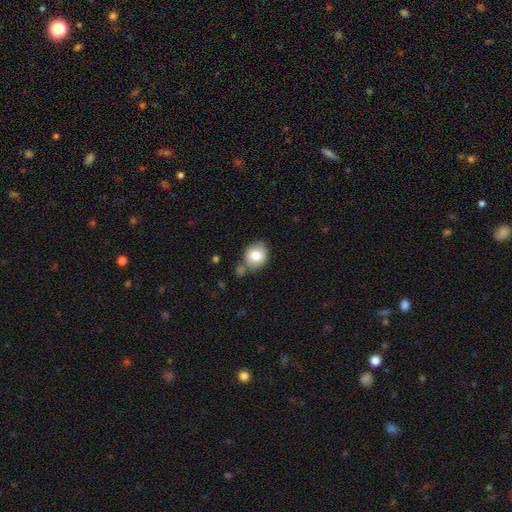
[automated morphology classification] smooth-or-featured: smooth: 79% | featured or disk: 13% | star or artifact: 8%
  how-rounded: round: 63% | in between: 36% | cigar-shaped: 1%
  merging: none: 62% | minor disturbance: 19% | merger: 14% | major disturbance: 5%